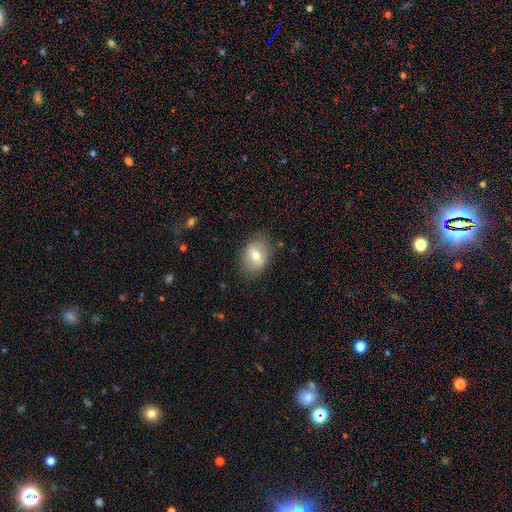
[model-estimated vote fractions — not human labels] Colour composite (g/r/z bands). It shows a smooth galaxy with no disk features (61%) that is in between round and cigar-shaped (68%). Merging: none (81%).